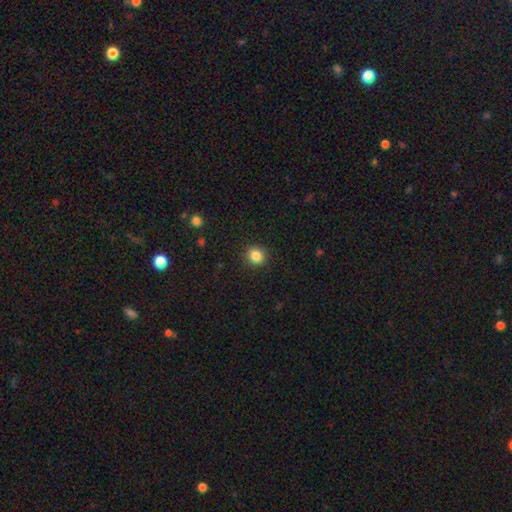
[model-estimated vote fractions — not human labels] smooth 85%, star or artifact 11%, featured or disk 4%. Down the decision tree: how rounded — round (87%); merging — none (91%).